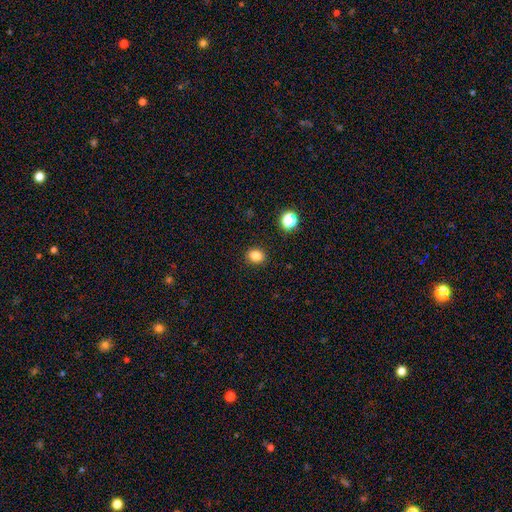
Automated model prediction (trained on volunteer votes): Q: Smooth or featured?
A: smooth (83%); runner-up: star or artifact (12%)
Q: How rounded?
A: round (55%); runner-up: in between (45%)
Q: Merging?
A: none (90%); runner-up: minor disturbance (7%)